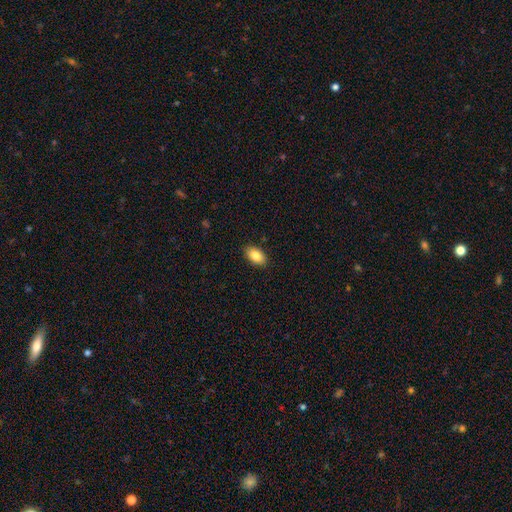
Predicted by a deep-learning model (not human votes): The model was most divided on "smooth or featured": smooth: 85%, featured or disk: 8%, star or artifact: 7%. More confident: how rounded — in between (92%); merging — none (89%).